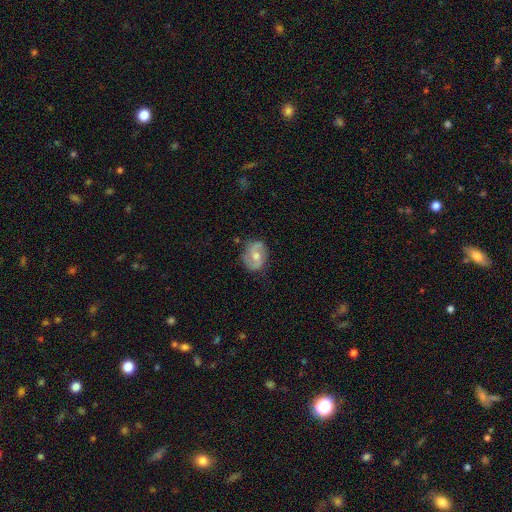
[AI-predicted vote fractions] A featured or disk galaxy (73%) with no bar (49%), 2 (89%) medium (50%) spiral arms (92%) and a moderate central bulge (66%).

Vote fractions:
- Smooth or featured? featured or disk: 73% / smooth: 21% / star or artifact: 6%
- Edge-on disk? no: 97% / yes: 3%
- Bar? no: 49% / weak: 42% / strong: 9%
- Spiral arms? yes: 92% / no: 8%
- Spiral winding? medium: 50% / loose: 29% / tight: 21%
- Spiral arm count? 2: 89% / can't tell: 5% / 1: 2% / 3: 1% / 4: 1% / more than 4: 1%
- Bulge size? moderate: 66% / small: 24% / large: 6% / none: 3% / dominant: 1%
- Merging? none: 76% / minor disturbance: 17% / major disturbance: 5% / merger: 2%